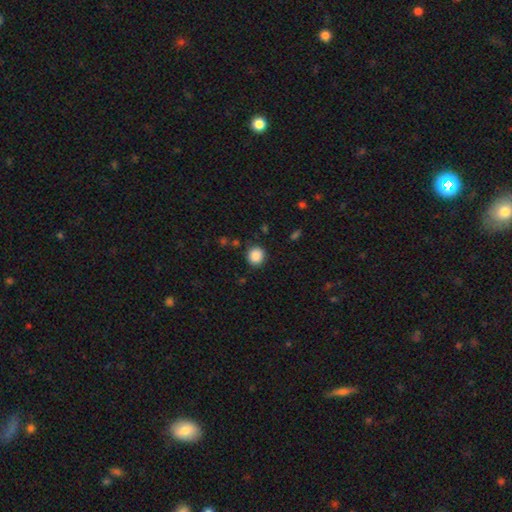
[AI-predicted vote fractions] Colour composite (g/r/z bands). It shows a smooth galaxy with no disk features (88%) that is round (88%). Merging: none (87%).